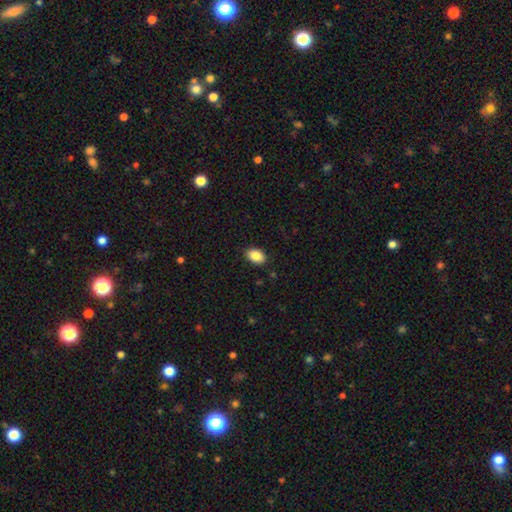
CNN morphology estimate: type=smooth (88%); roundness=in between (88%); merging=none (87%).